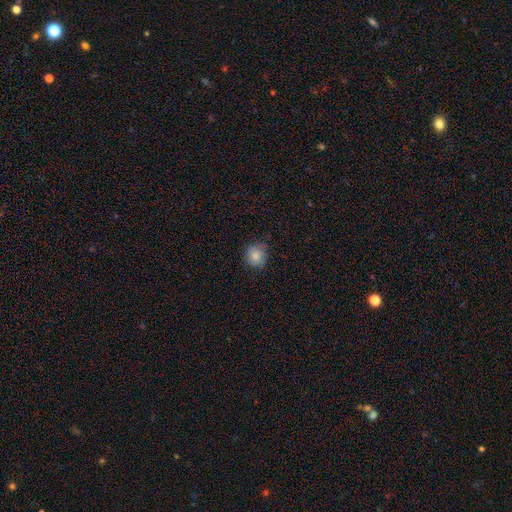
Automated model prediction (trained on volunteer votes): Smooth or featured?
  - smooth: 84% *
  - star or artifact: 9%
  - featured or disk: 6%
How rounded?
  - round: 87% *
  - in between: 12%
  - cigar-shaped: 1%
Merging?
  - none: 80% *
  - minor disturbance: 16%
  - major disturbance: 3%
  - merger: 1%